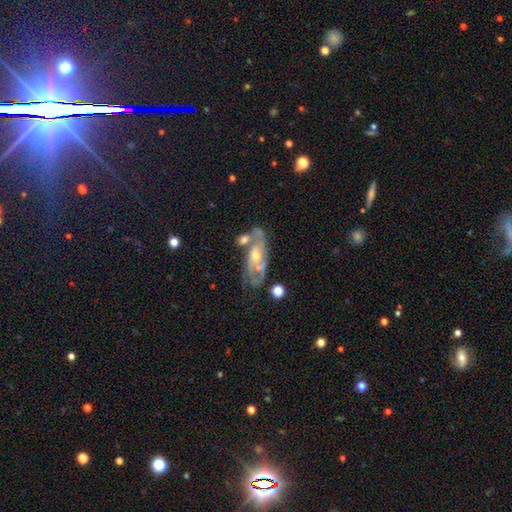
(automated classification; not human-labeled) Morphology: type=featured or disk (75%); edge-on=no (88%); bar=no (66%); spiral arms=yes (78%); winding=tight (45%); arm count=2 (44%); bulge=moderate (50%); merging=none (52%).